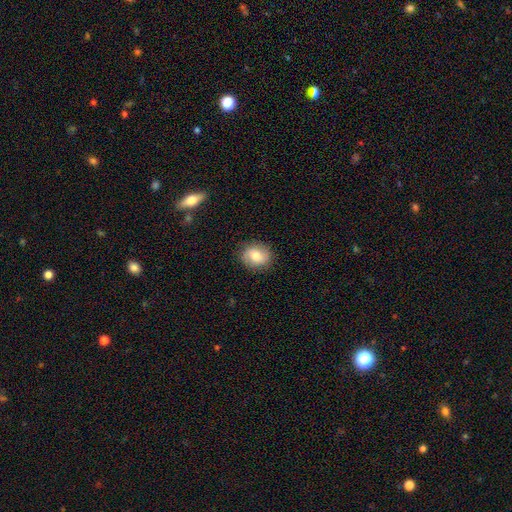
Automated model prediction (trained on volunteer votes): smooth 74%, featured or disk 18%, star or artifact 8%. Down the decision tree: how rounded — round (62%); merging — none (85%).